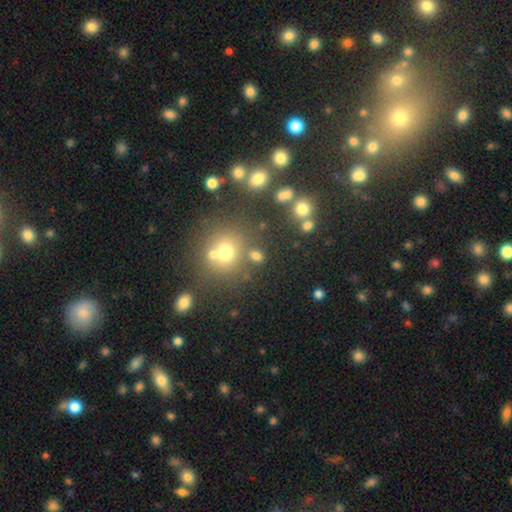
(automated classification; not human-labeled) Smooth or featured? Predicted: smooth (p=0.69). How rounded? Predicted: round (p=0.65). Merging? Predicted: none (p=0.66).